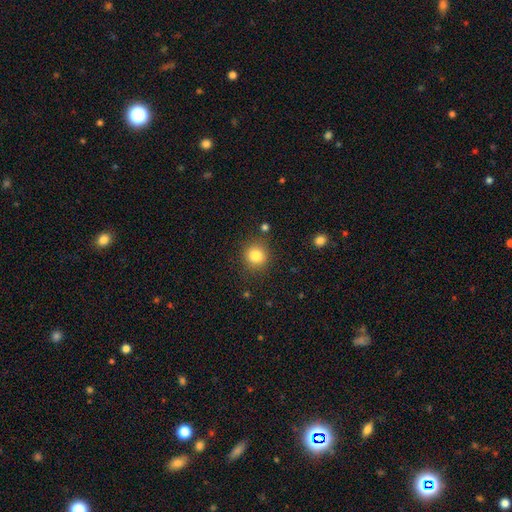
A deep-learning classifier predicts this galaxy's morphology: Smooth or featured?
  - smooth: 82% *
  - star or artifact: 11%
  - featured or disk: 6%
How rounded?
  - round: 90% *
  - in between: 10%
  - cigar-shaped: 1%
Merging?
  - none: 86% *
  - minor disturbance: 8%
  - major disturbance: 3%
  - merger: 3%